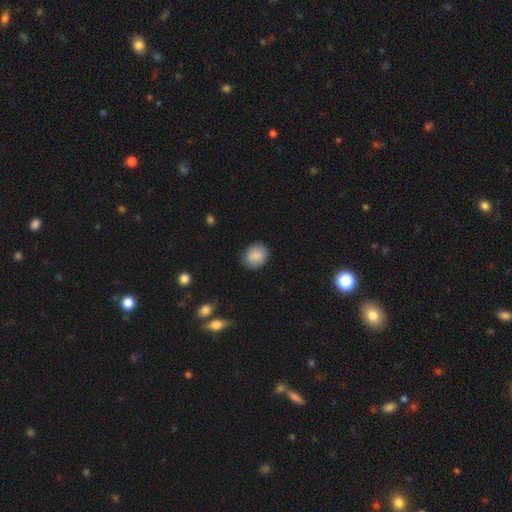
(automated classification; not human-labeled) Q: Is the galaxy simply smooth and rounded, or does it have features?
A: smooth — 88%.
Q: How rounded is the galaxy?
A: round — 55%.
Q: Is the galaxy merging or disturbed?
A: none — 87%.